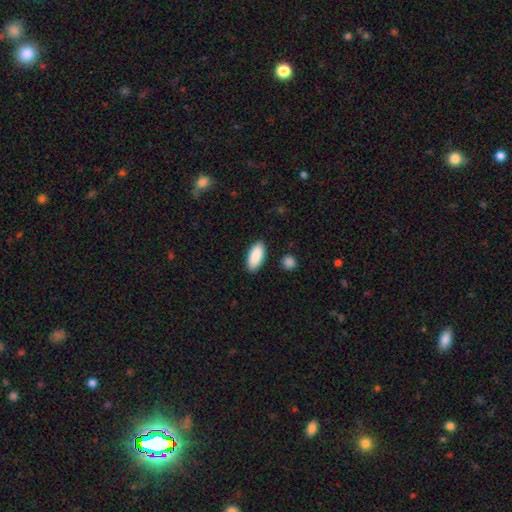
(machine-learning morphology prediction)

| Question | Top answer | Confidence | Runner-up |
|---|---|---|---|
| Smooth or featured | smooth | 90% | star or artifact (6%) |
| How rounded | in between | 86% | cigar-shaped (12%) |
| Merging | none | 88% | minor disturbance (8%) |